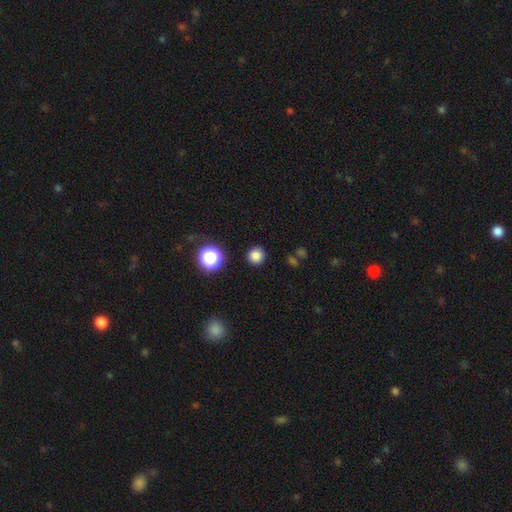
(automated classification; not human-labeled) This is clearly a smooth galaxy (82%). How rounded: clearly round (94%). Merging: clearly none (91%).